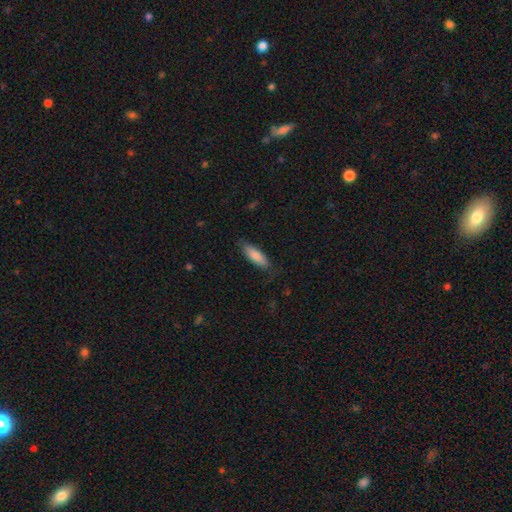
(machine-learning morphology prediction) Smooth or featured: smooth — 84% (featured or disk — 10%)
How rounded: in between — 53% (cigar-shaped — 46%)
Merging: none — 79% (minor disturbance — 16%)